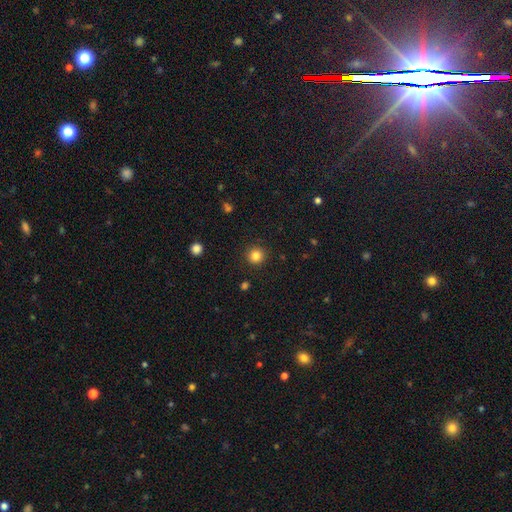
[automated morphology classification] This appears to be a smooth galaxy with no disk features (83%) that is round (94%). Merging: none (92%).